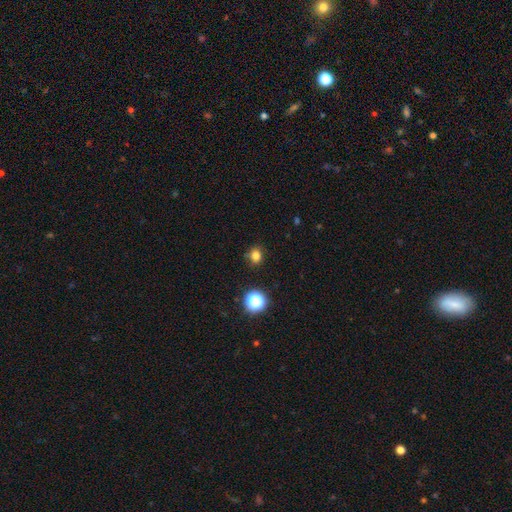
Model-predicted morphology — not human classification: This appears to be a smooth galaxy with no disk features (78%) that is round (69%). Merging: none (82%).